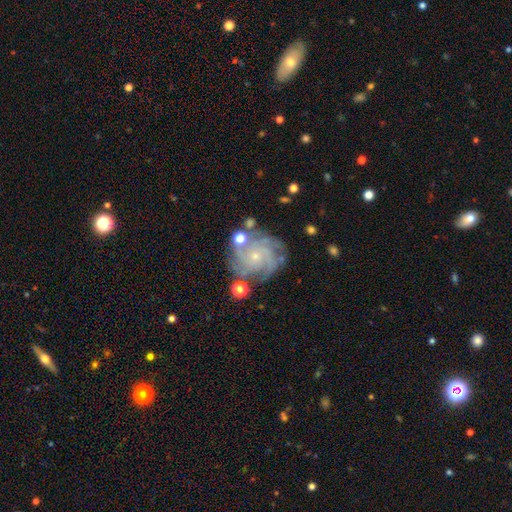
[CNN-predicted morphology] The model was most divided on "spiral arm count": 4: 36%, 3: 19%, can't tell: 17%, more than 4: 15%, 2: 7%, 1: 6%. More confident: edge-on disk — no (98%); spiral arms — yes (97%); smooth or featured — featured or disk (85%); bulge size — small (82%); bar — no (79%); merging — none (74%); spiral winding — tight (67%).